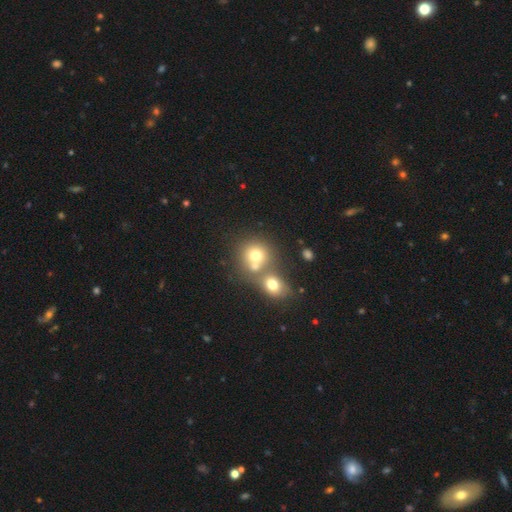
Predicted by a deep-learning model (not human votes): smooth 71%, featured or disk 17%, star or artifact 13%. Down the decision tree: how rounded — round (81%); merging — merger (52%).